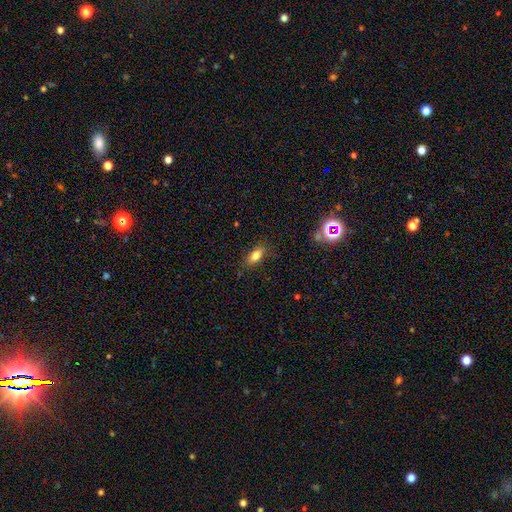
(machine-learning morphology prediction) Smooth or featured?
  - smooth: 78% *
  - featured or disk: 12%
  - star or artifact: 10%
How rounded?
  - in between: 80% *
  - cigar-shaped: 16%
  - round: 5%
Merging?
  - none: 81% *
  - minor disturbance: 14%
  - major disturbance: 3%
  - merger: 2%